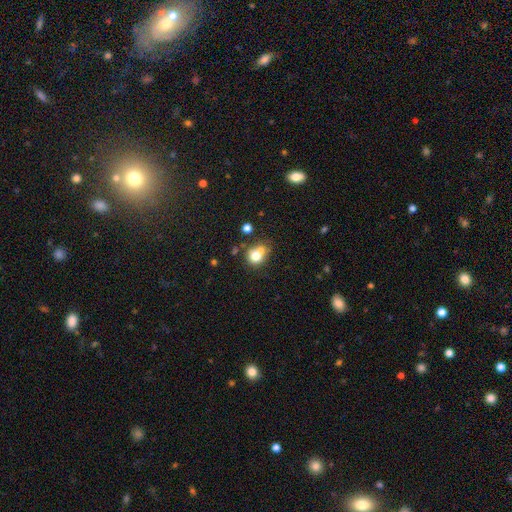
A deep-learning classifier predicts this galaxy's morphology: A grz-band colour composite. It shows a smooth galaxy with no disk features (74%) that is round (73%). Merging: none (45%).